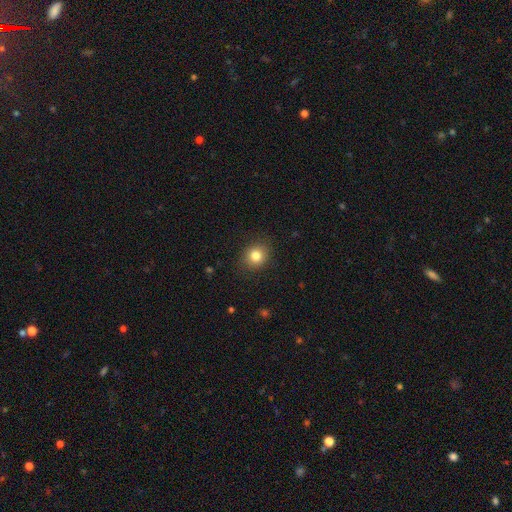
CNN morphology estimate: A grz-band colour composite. It shows a smooth galaxy with no disk features (82%) that is round (75%). Merging: none (87%).